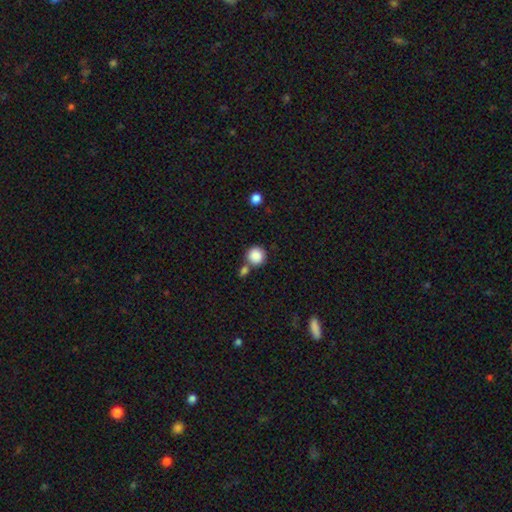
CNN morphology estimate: Smooth or featured? Predicted: smooth (p=0.87). How rounded? Predicted: round (p=0.92). Merging? Predicted: none (p=0.64).